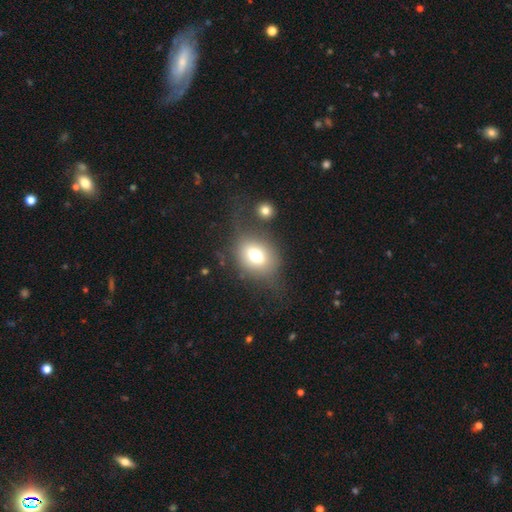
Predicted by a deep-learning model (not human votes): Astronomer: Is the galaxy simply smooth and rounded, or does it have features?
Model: smooth — 70%.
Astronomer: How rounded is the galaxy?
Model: in between — 63%.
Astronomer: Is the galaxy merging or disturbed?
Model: none — 59%.